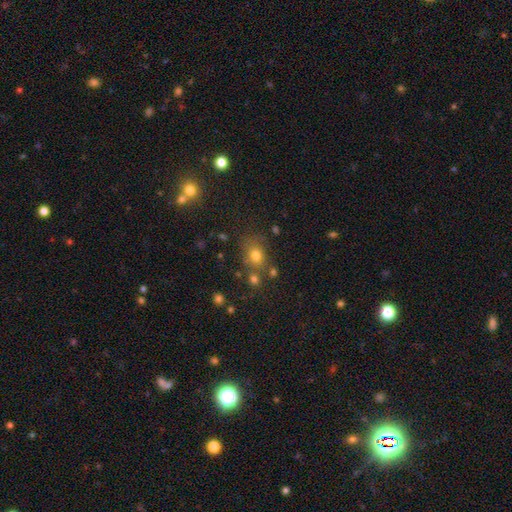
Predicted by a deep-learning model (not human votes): A smooth galaxy with no disk features (70%) that is round (65%). Merging: none (68%).